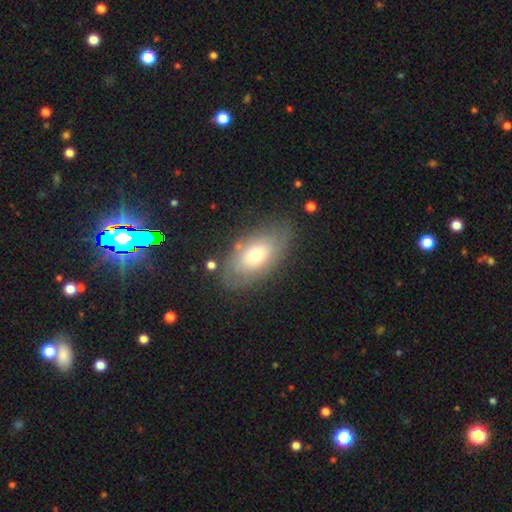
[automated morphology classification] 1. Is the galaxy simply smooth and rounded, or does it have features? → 56% smooth, 35% featured or disk, 9% star or artifact.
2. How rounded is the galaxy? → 91% in between, 6% round, 4% cigar-shaped.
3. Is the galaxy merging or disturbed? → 74% none, 18% minor disturbance, 6% major disturbance, 3% merger.